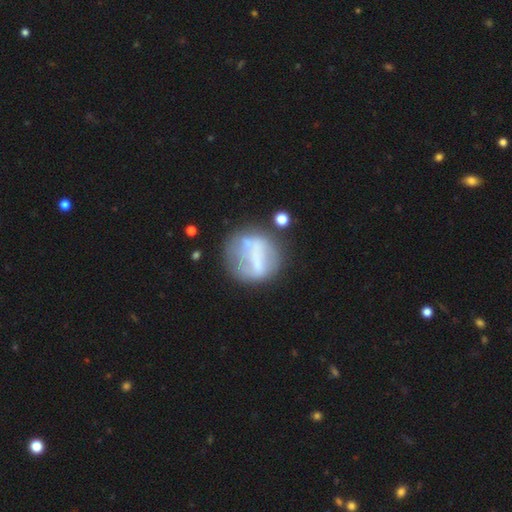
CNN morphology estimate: This is possibly a featured or disk galaxy (50%). Merging: possibly none (51%).